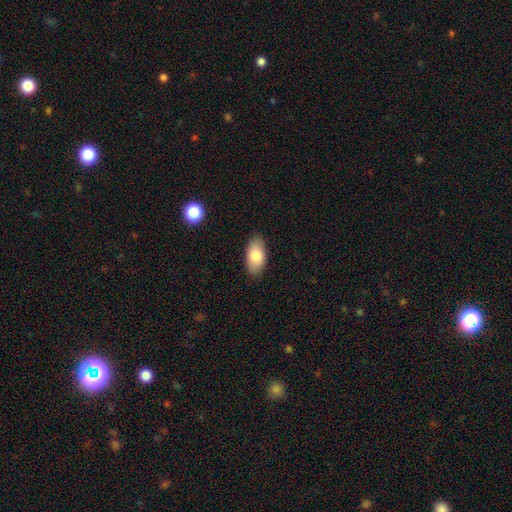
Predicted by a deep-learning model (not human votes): smooth_or_featured: smooth (p=0.82) [alt: featured or disk p=0.11]
how_rounded: in between (p=0.94) [alt: round p=0.03]
merging: none (p=0.87) [alt: minor disturbance p=0.10]